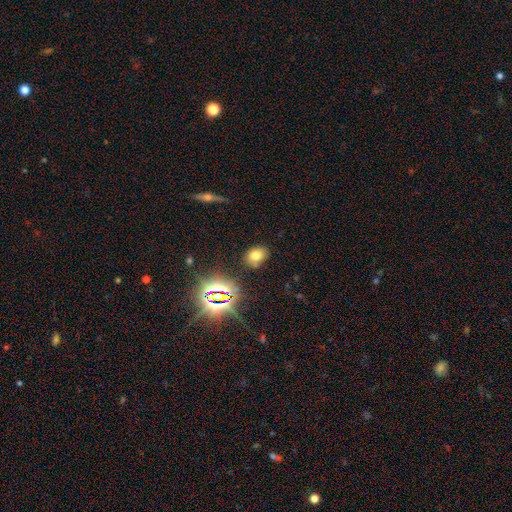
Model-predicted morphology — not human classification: The model was most divided on "how rounded": in between: 59%, round: 40%, cigar-shaped: 1%. More confident: merging — none (78%); smooth or featured — smooth (67%).